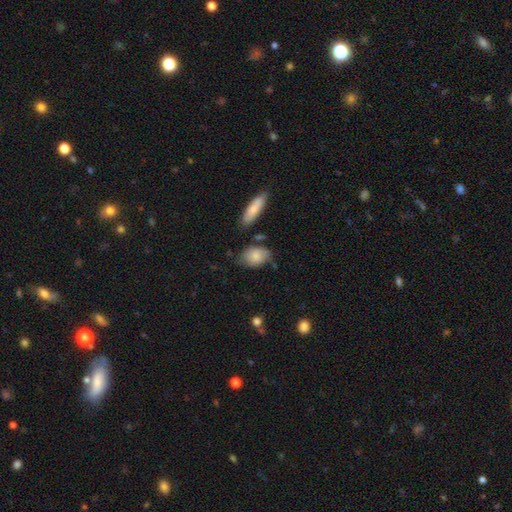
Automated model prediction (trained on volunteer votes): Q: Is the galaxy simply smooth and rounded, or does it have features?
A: smooth — 82%.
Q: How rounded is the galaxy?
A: in between — 81%.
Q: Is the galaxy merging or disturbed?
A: none — 65%.